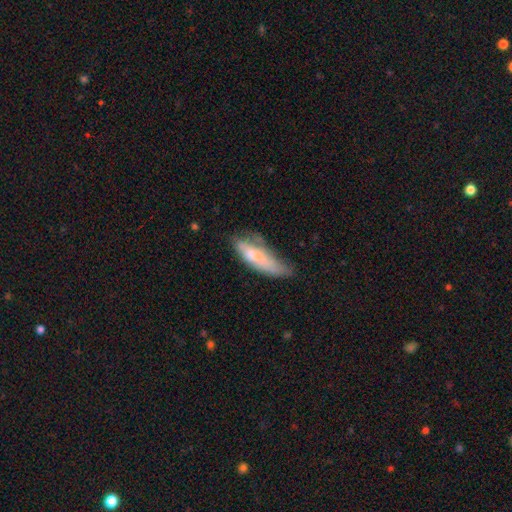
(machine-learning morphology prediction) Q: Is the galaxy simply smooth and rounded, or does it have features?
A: smooth — 66%.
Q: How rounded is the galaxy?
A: cigar-shaped — 55%.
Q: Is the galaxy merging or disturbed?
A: none — 39%.